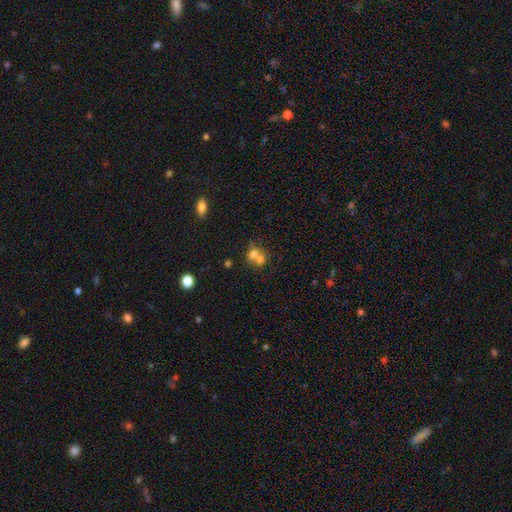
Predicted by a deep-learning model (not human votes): The model was most divided on "merging": merger: 62%, none: 30%, minor disturbance: 6%, major disturbance: 3%. More confident: how rounded — round (74%); smooth or featured — smooth (65%).